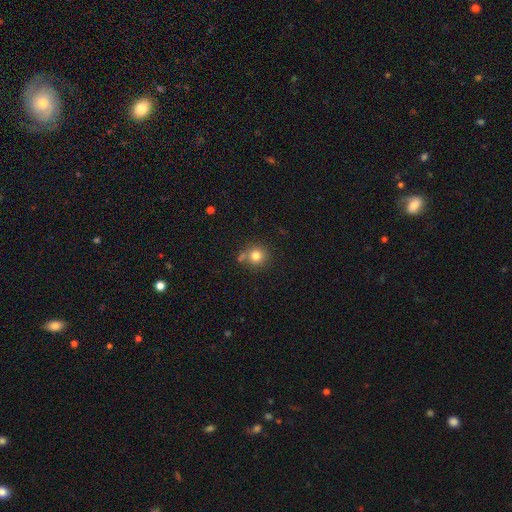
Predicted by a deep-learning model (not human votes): Smooth or featured?
  - smooth: 79% *
  - star or artifact: 12%
  - featured or disk: 8%
How rounded?
  - round: 92% *
  - in between: 7%
  - cigar-shaped: 1%
Merging?
  - none: 67% *
  - merger: 17%
  - minor disturbance: 12%
  - major disturbance: 4%